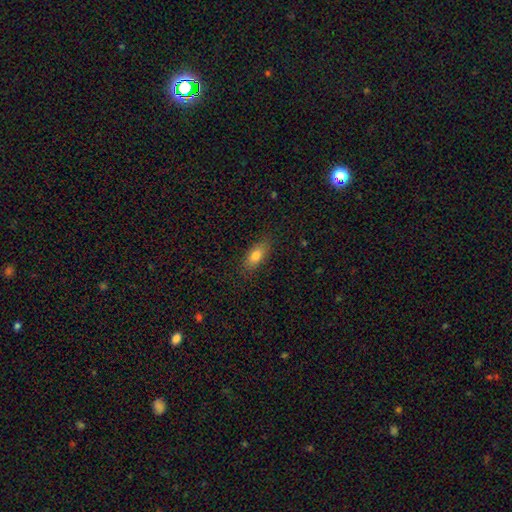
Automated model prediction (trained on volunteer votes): smooth-or-featured: smooth: 78% | featured or disk: 13% | star or artifact: 8%
  how-rounded: in between: 81% | cigar-shaped: 14% | round: 4%
  merging: none: 84% | minor disturbance: 12% | major disturbance: 3% | merger: 1%